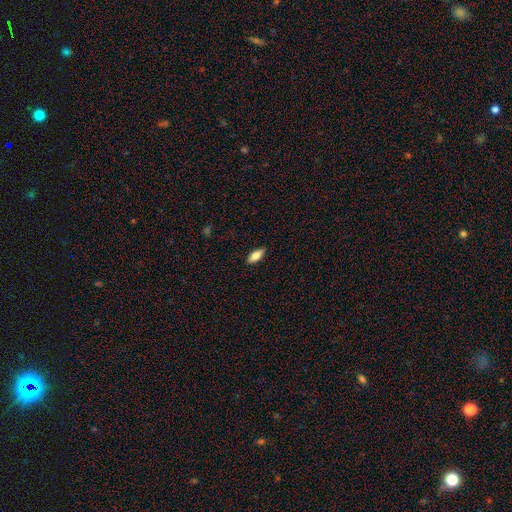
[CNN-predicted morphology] A smooth galaxy with no disk features (71%) that is in between round and cigar-shaped (75%).

Vote fractions:
- Smooth or featured? smooth: 71% / featured or disk: 22% / star or artifact: 7%
- How rounded? in between: 75% / cigar-shaped: 22% / round: 3%
- Merging? none: 89% / minor disturbance: 8% / major disturbance: 2% / merger: 1%